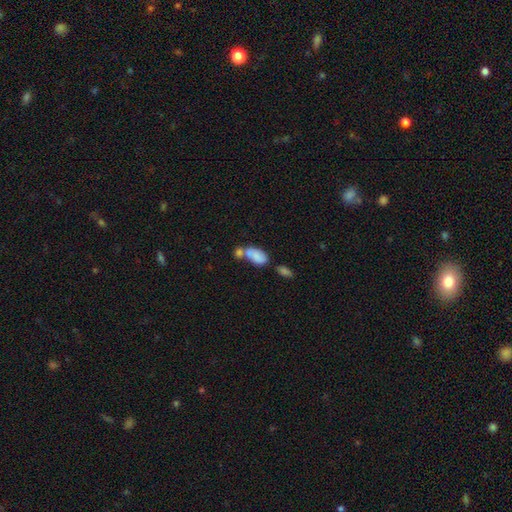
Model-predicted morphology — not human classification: Smooth or featured: smooth — 79% (featured or disk — 13%)
How rounded: in between — 91% (round — 5%)
Merging: merger — 54% (none — 28%)